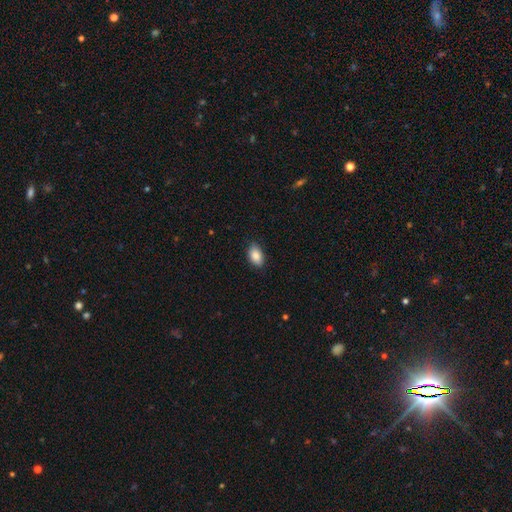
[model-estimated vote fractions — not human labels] Smooth or featured? Predicted: smooth (p=0.88). How rounded? Predicted: in between (p=0.91). Merging? Predicted: none (p=0.85).